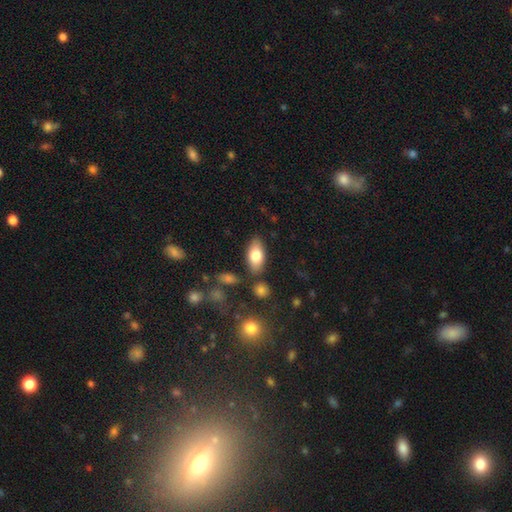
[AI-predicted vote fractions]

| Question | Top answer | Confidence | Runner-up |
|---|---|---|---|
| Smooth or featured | smooth | 75% | featured or disk (18%) |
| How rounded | in between | 89% | cigar-shaped (7%) |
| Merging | none | 81% | minor disturbance (12%) |